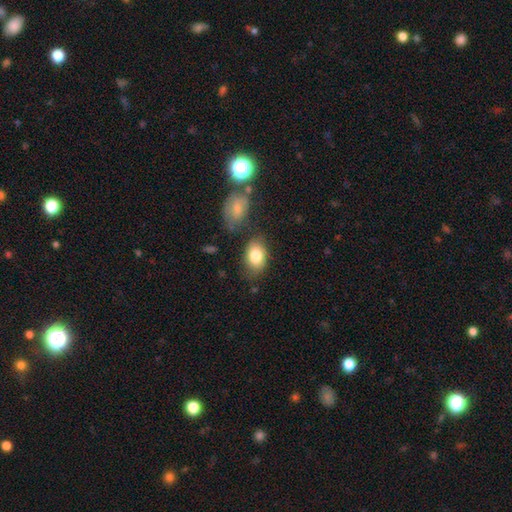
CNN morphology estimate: The model was most divided on "merging": none: 70%, minor disturbance: 18%, merger: 7%, major disturbance: 5%. More confident: how rounded — in between (84%); smooth or featured — smooth (82%).